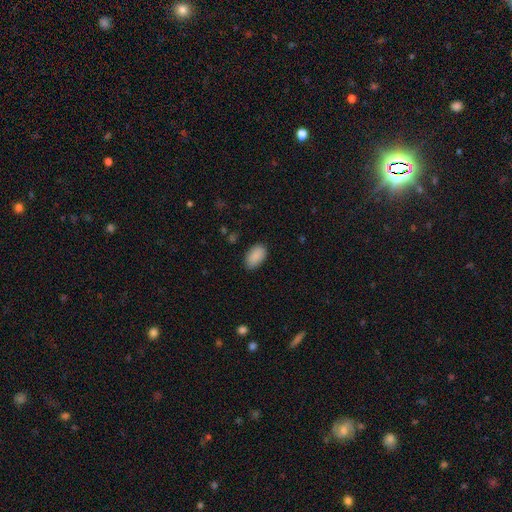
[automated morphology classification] Q: Smooth or featured?
A: smooth (90%); runner-up: star or artifact (6%)
Q: How rounded?
A: in between (93%); runner-up: round (6%)
Q: Merging?
A: none (85%); runner-up: minor disturbance (12%)